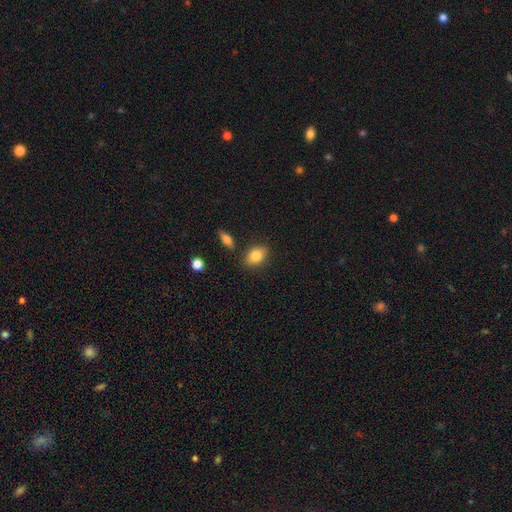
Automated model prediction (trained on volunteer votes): smooth_or_featured: smooth (p=0.84) [alt: star or artifact p=0.08]
how_rounded: in between (p=0.77) [alt: round p=0.21]
merging: none (p=0.81) [alt: minor disturbance p=0.11]